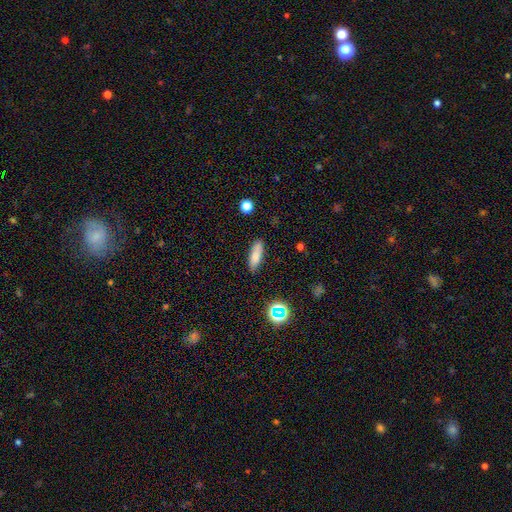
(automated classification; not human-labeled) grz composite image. It shows a smooth galaxy with no disk features (78%) that is in between round and cigar-shaped (50%). Merging: none (84%).